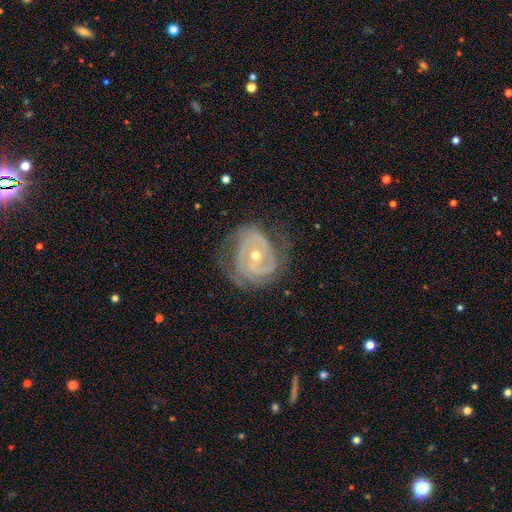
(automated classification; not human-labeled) featured or disk 88%, smooth 6%, star or artifact 5%. Down the decision tree: edge-on disk — no (97%); bar — no (61%); spiral arms — yes (95%); spiral arm count — 2 (41%); spiral winding — tight (68%); bulge size — moderate (50%); merging — none (63%).